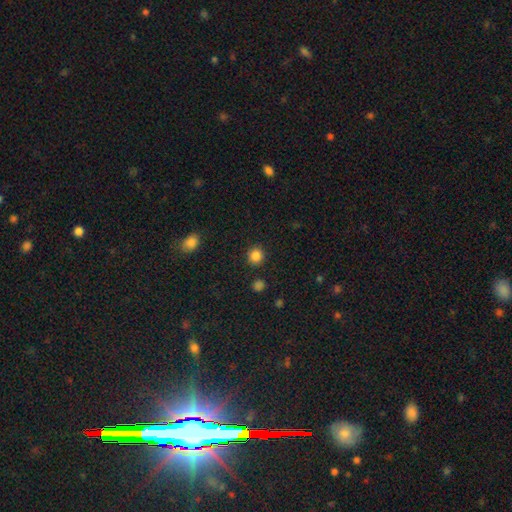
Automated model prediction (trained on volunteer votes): A smooth galaxy with no disk features (85%) that is round (90%).

Vote fractions:
- Smooth or featured? smooth: 85% / star or artifact: 11% / featured or disk: 3%
- How rounded? round: 90% / in between: 9% / cigar-shaped: 1%
- Merging? none: 89% / minor disturbance: 7% / major disturbance: 2% / merger: 2%